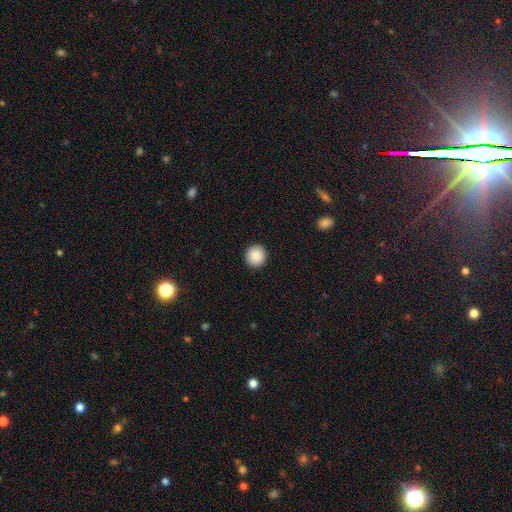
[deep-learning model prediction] Smooth or featured? smooth (87%)
How rounded? round (94%)
Merging? none (93%)